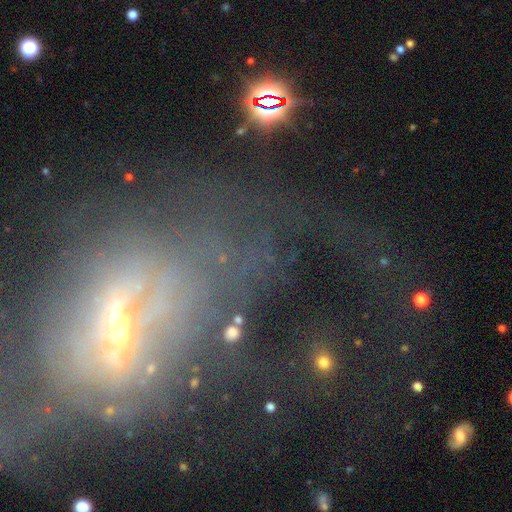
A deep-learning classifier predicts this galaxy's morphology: Q: Smooth or featured?
A: featured or disk (56%); runner-up: star or artifact (24%)
Q: Edge-on disk?
A: no (72%); runner-up: yes (28%)
Q: Merging?
A: major disturbance (48%); runner-up: none (31%)